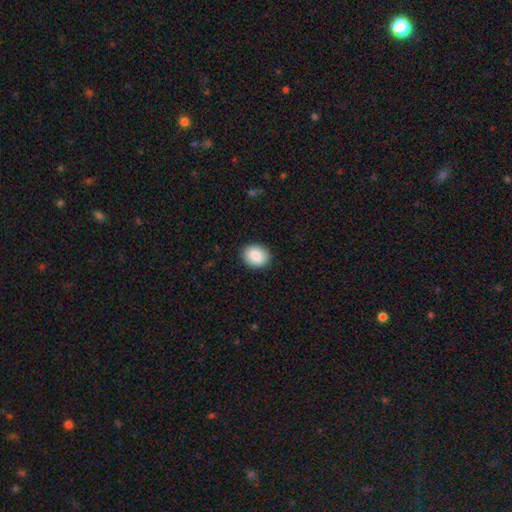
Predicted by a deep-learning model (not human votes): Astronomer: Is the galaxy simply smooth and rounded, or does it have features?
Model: smooth — 88%.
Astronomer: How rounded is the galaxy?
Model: round — 58% (runner-up: in between, 41%).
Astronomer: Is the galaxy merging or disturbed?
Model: none — 90%.